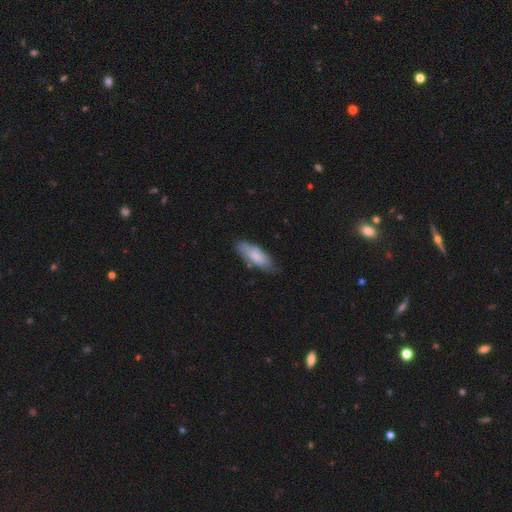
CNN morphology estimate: smooth 76%, featured or disk 18%, star or artifact 6%. Down the decision tree: how rounded — in between (64%); merging — none (66%).